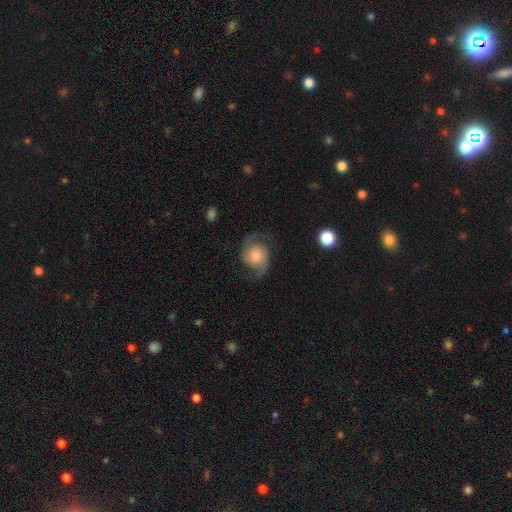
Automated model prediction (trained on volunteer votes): Smooth or featured: featured or disk — 84% (smooth — 10%)
Edge-on disk: no — 98% (yes — 2%)
Bar: no — 73% (weak — 23%)
Spiral arms: yes — 97% (no — 3%)
Spiral winding: medium — 51% (loose — 31%)
Spiral arm count: 2 — 94% (can't tell — 2%)
Bulge size: moderate — 56% (small — 24%)
Merging: none — 78% (minor disturbance — 14%)